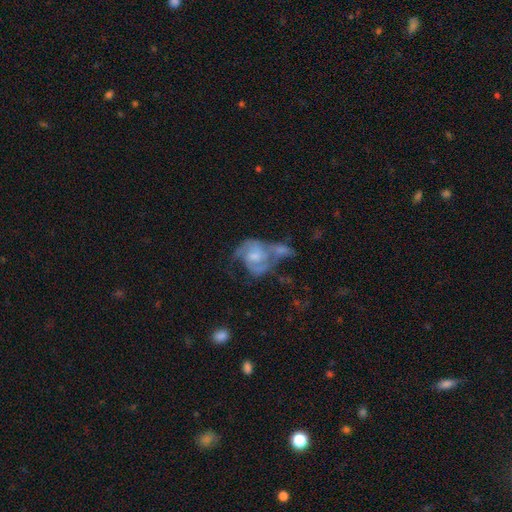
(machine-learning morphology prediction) This appears to be a featured or disk galaxy (75%) with no bar (56%), 2 (73%) medium (48%) spiral arms (87%) and a moderate central bulge (43%). Merging: merger (42%).